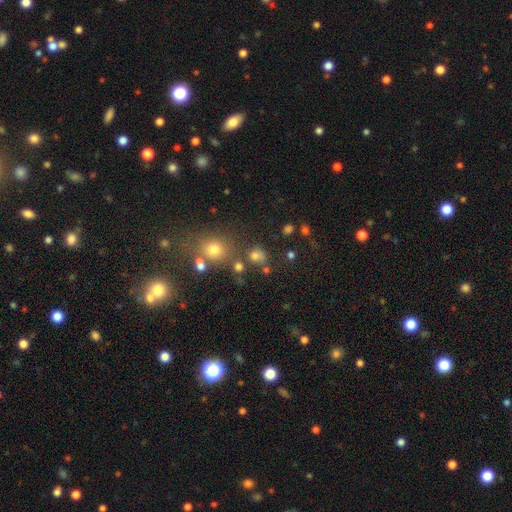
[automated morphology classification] Smooth or featured? Predicted: smooth (p=0.69). How rounded? Predicted: round (p=0.74). Merging? Predicted: none (p=0.61).